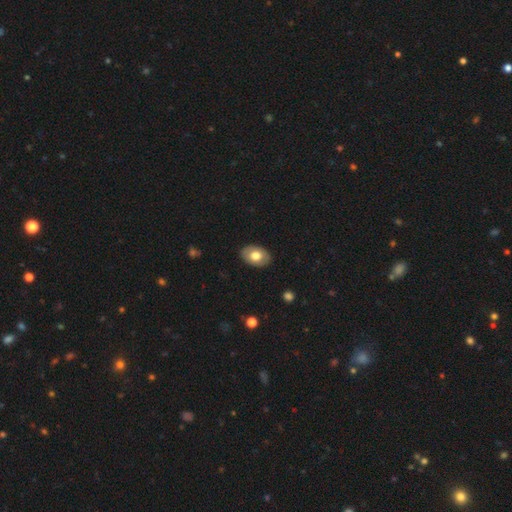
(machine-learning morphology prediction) smooth 69%, featured or disk 25%, star or artifact 6%. Down the decision tree: how rounded — in between (87%); merging — none (86%).